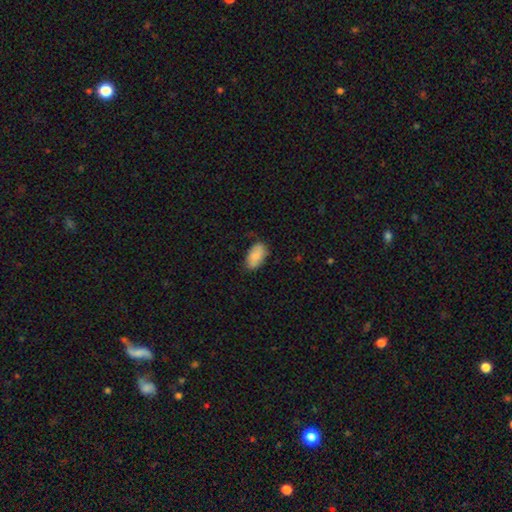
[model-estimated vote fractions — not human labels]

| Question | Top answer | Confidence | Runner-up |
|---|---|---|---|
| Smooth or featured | smooth | 83% | featured or disk (11%) |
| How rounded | in between | 94% | round (4%) |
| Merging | none | 71% | minor disturbance (23%) |